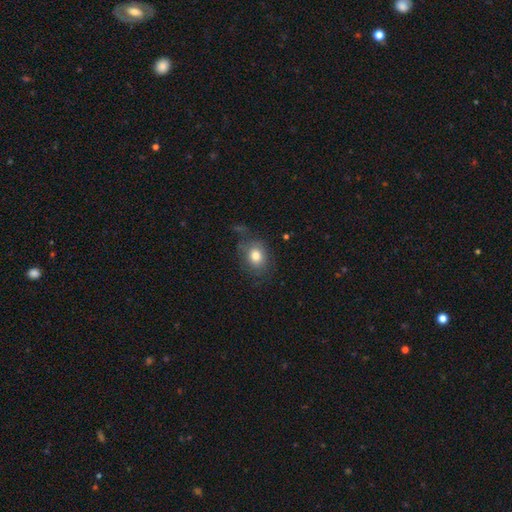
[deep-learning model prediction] The model was most divided on "how rounded": round: 51%, in between: 48%, cigar-shaped: 1%. More confident: smooth or featured — smooth (77%); merging — none (62%).